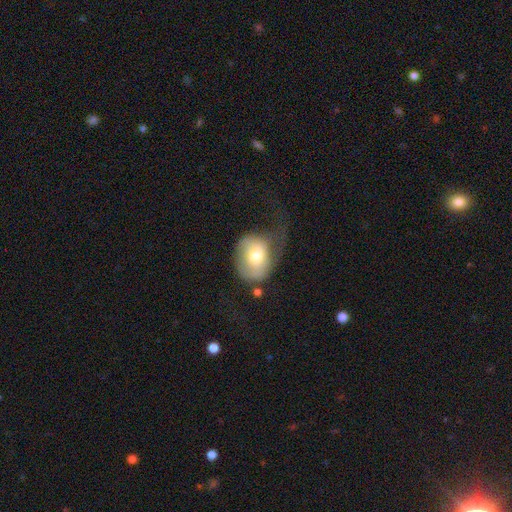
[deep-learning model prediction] Smooth or featured? Predicted: smooth (p=0.66). How rounded? Predicted: in between (p=0.52). Merging? Predicted: major disturbance (p=0.43).